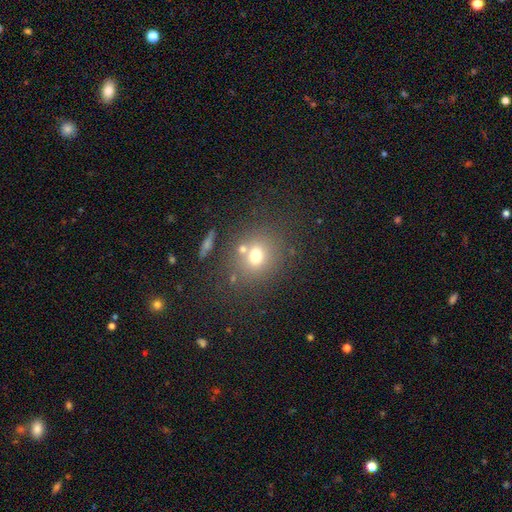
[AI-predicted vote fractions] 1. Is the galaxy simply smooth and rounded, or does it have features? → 69% smooth, 16% star or artifact, 15% featured or disk.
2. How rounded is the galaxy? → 74% round, 25% in between, 1% cigar-shaped.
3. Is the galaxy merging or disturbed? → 67% none, 17% merger, 11% minor disturbance, 5% major disturbance.